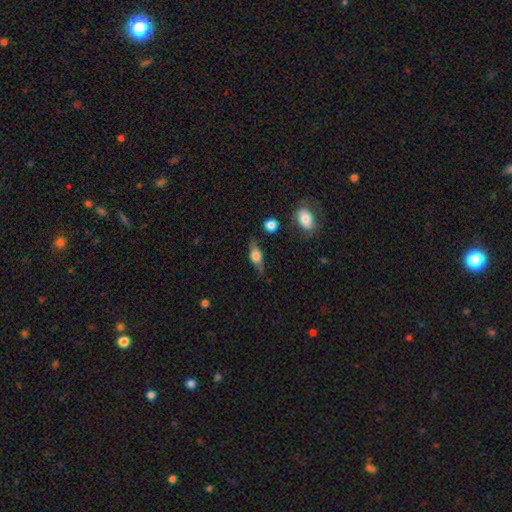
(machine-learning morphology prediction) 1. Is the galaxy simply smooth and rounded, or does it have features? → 54% smooth, 38% featured or disk, 8% star or artifact.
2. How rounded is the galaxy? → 67% in between, 23% cigar-shaped, 10% round.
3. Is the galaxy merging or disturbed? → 69% none, 22% minor disturbance, 7% major disturbance, 2% merger.